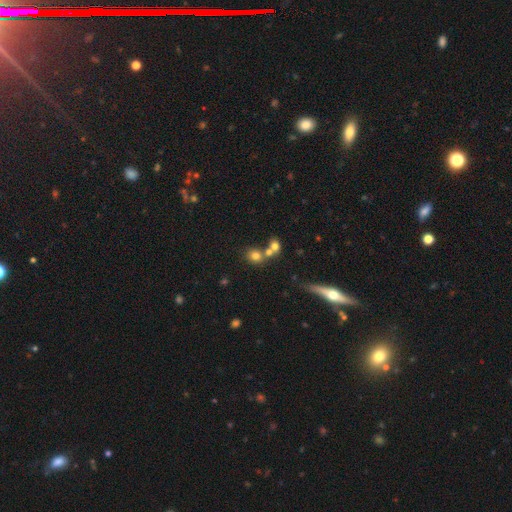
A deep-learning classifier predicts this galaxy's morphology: The model was most divided on "merging": none: 47%, merger: 40%, minor disturbance: 8%, major disturbance: 4%. More confident: how rounded — round (78%); smooth or featured — smooth (74%).